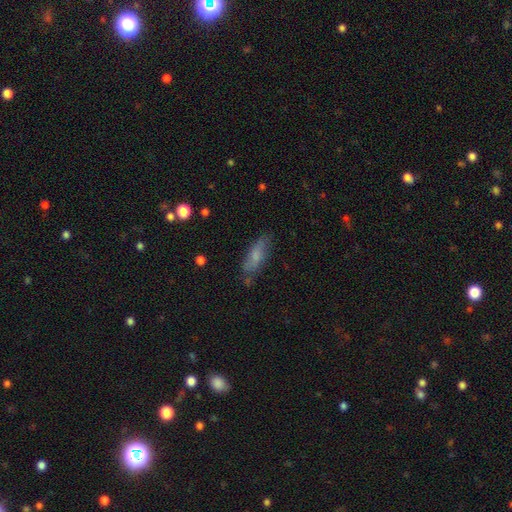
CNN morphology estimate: type=smooth (71%); roundness=in between (57%); merging=none (71%).